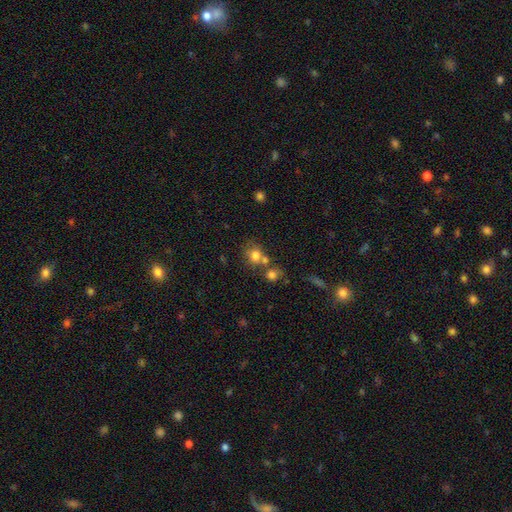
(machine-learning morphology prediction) This appears to be a smooth galaxy with no disk features (76%) that is round (75%). Merging: none (50%).